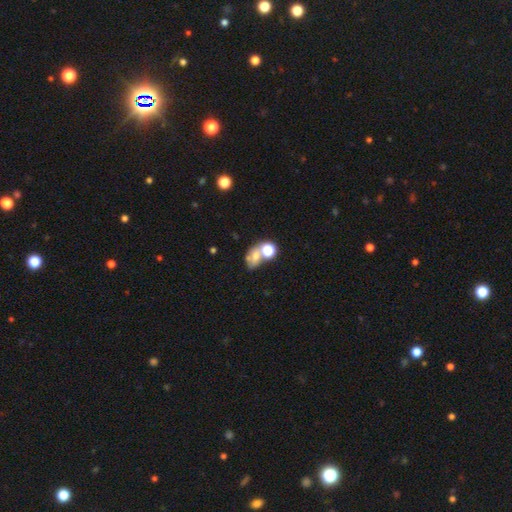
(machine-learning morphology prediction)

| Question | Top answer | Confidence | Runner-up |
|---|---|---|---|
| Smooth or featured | smooth | 56% | featured or disk (24%) |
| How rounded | in between | 64% | round (35%) |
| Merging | merger | 47% | none (30%) |